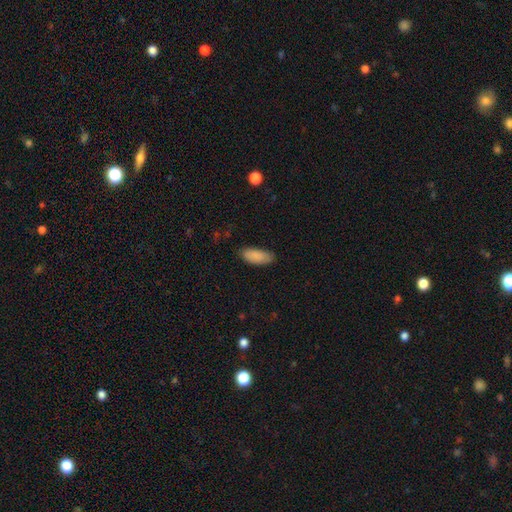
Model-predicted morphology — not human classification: Smooth or featured? smooth (89%)
How rounded? in between (85%)
Merging? none (79%)